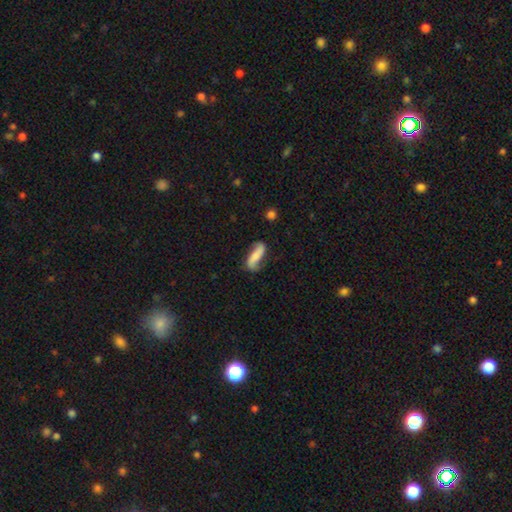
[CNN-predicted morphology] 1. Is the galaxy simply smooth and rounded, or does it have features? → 52% featured or disk, 40% smooth, 7% star or artifact.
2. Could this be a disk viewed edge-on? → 87% no, 13% yes.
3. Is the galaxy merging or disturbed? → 64% none, 23% minor disturbance, 10% major disturbance, 3% merger.